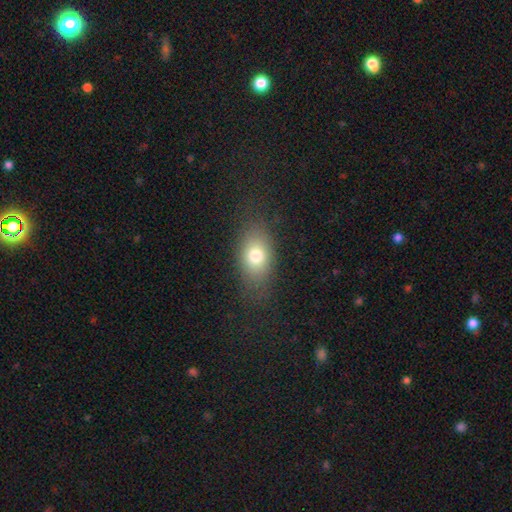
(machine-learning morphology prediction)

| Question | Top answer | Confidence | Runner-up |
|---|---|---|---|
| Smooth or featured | smooth | 75% | featured or disk (14%) |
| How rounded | in between | 78% | round (19%) |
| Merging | none | 77% | minor disturbance (14%) |